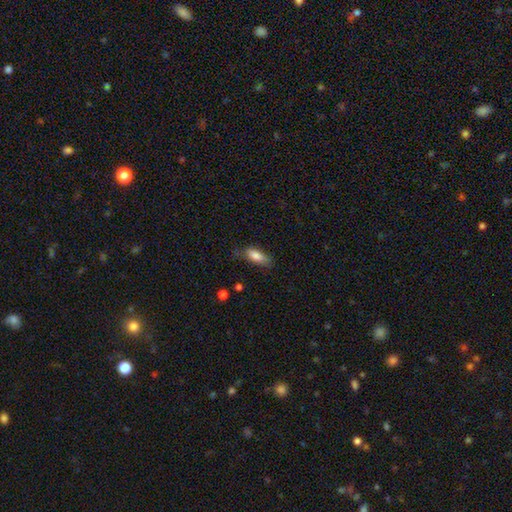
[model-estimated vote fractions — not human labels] smooth-or-featured: smooth: 82% | featured or disk: 11% | star or artifact: 7%
  how-rounded: in between: 72% | cigar-shaped: 25% | round: 2%
  merging: none: 69% | minor disturbance: 23% | major disturbance: 6% | merger: 2%